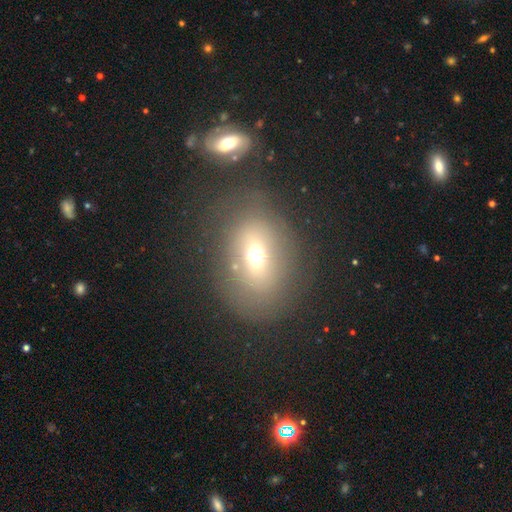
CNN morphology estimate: A smooth galaxy with no disk features (59%) that is in between round and cigar-shaped (58%).

Vote fractions:
- Smooth or featured? smooth: 59% / featured or disk: 25% / star or artifact: 17%
- How rounded? in between: 58% / round: 41% / cigar-shaped: 2%
- Merging? none: 61% / minor disturbance: 18% / major disturbance: 15% / merger: 6%